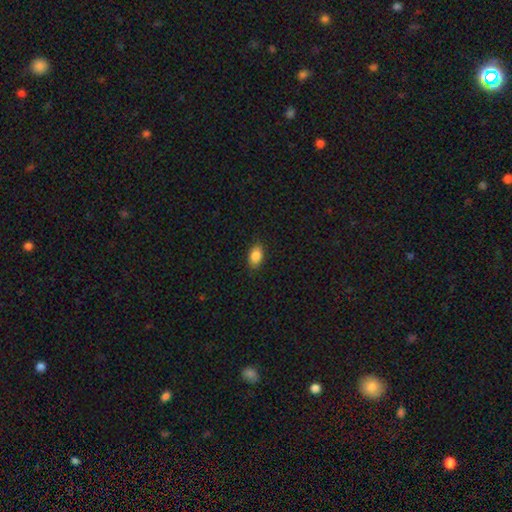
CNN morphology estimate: Smooth or featured?
  - smooth: 86% *
  - star or artifact: 8%
  - featured or disk: 6%
How rounded?
  - in between: 86% *
  - round: 11%
  - cigar-shaped: 2%
Merging?
  - none: 85% *
  - minor disturbance: 11%
  - major disturbance: 2%
  - merger: 1%